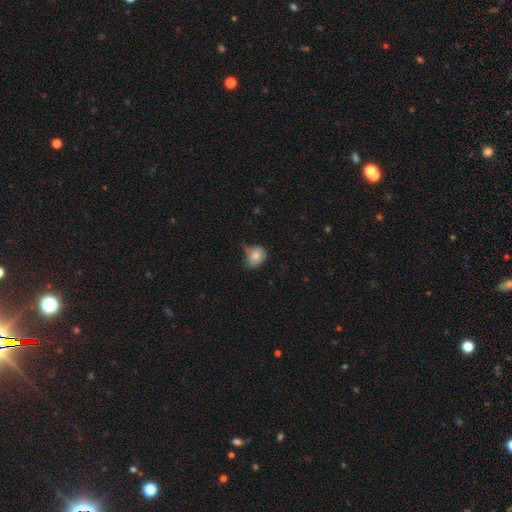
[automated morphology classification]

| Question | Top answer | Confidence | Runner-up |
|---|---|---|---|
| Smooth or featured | smooth | 82% | star or artifact (9%) |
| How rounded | round | 56% | in between (43%) |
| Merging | none | 47% | minor disturbance (39%) |